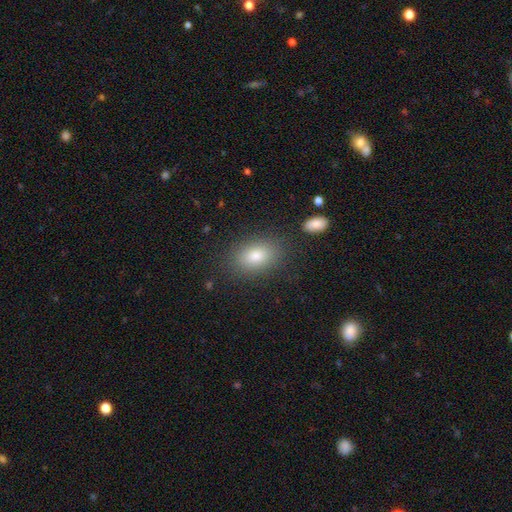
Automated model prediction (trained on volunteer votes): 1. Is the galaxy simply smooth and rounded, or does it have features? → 81% smooth, 10% star or artifact, 10% featured or disk.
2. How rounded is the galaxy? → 83% in between, 15% round, 2% cigar-shaped.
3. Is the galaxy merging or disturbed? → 84% none, 10% minor disturbance, 4% major disturbance, 3% merger.